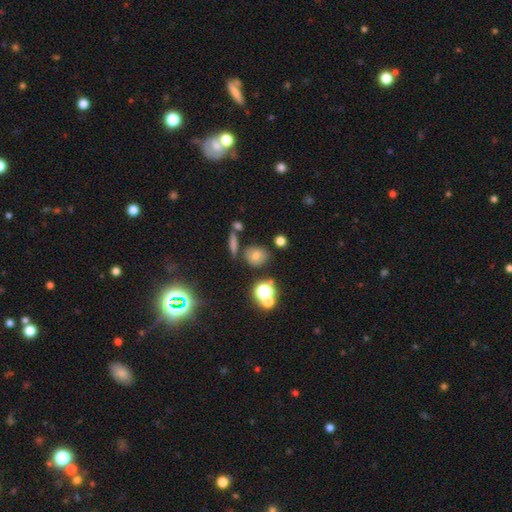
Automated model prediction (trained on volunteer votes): Morphology: type=smooth (64%); roundness=round (68%); merging=none (75%).